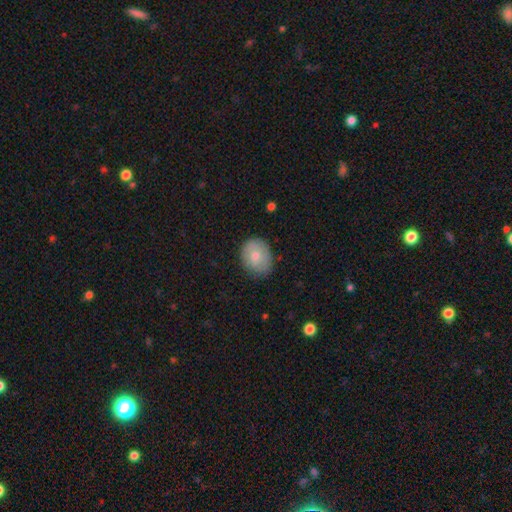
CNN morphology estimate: Smooth or featured: smooth — 73% (featured or disk — 19%)
How rounded: round — 58% (in between — 41%)
Merging: none — 76% (minor disturbance — 19%)